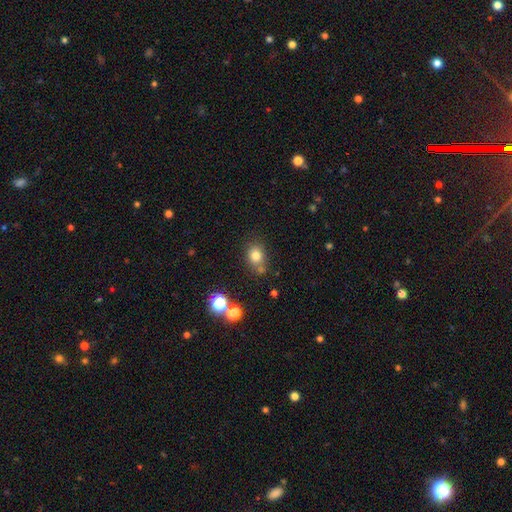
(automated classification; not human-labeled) A smooth galaxy with no disk features (77%) that is round (60%).

Vote fractions:
- Smooth or featured? smooth: 77% / star or artifact: 14% / featured or disk: 9%
- How rounded? round: 60% / in between: 39% / cigar-shaped: 1%
- Merging? none: 67% / minor disturbance: 16% / merger: 12% / major disturbance: 5%